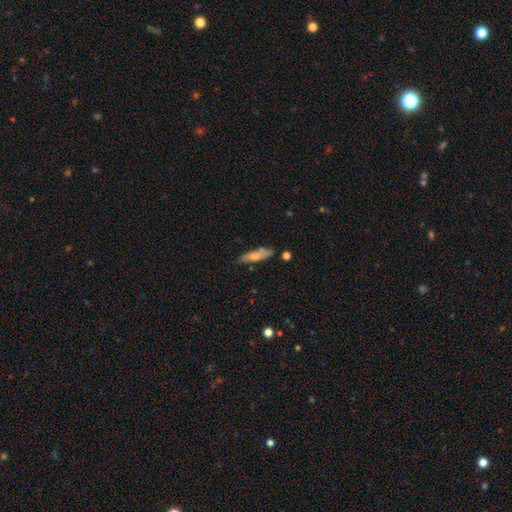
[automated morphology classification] The model was most divided on "how rounded": cigar-shaped: 63%, in between: 35%, round: 2%. More confident: merging — none (73%); smooth or featured — smooth (66%).